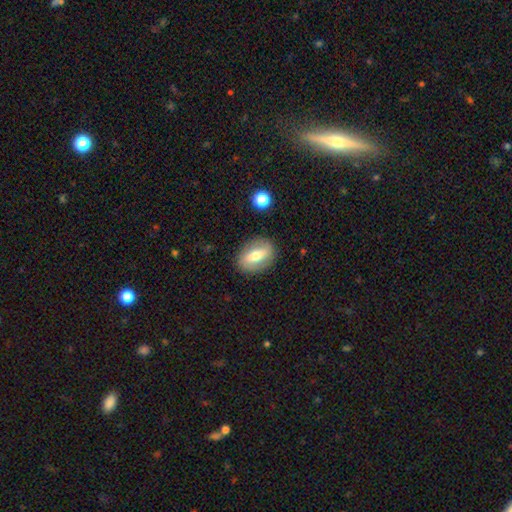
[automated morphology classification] Smooth or featured? Predicted: smooth (p=0.52). How rounded? Predicted: in between (p=0.76). Merging? Predicted: none (p=0.85).